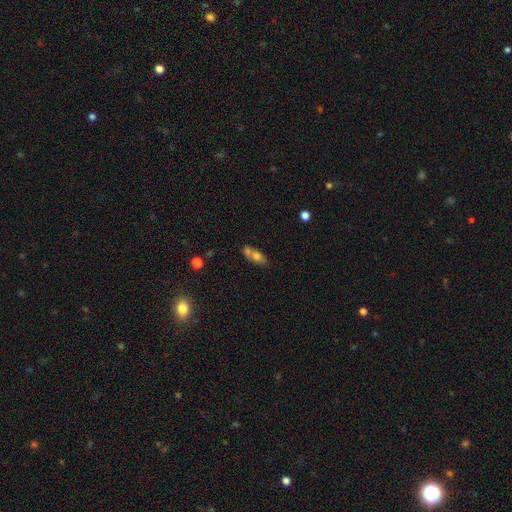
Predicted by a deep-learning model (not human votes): Q: Smooth or featured?
A: smooth (64%); runner-up: featured or disk (26%)
Q: How rounded?
A: in between (76%); runner-up: cigar-shaped (15%)
Q: Merging?
A: none (43%); runner-up: merger (36%)